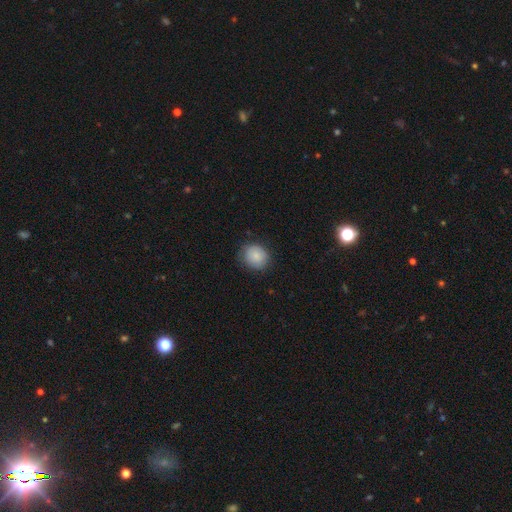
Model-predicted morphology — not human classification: Q: Smooth or featured?
A: smooth (86%); runner-up: star or artifact (8%)
Q: How rounded?
A: round (74%); runner-up: in between (25%)
Q: Merging?
A: none (82%); runner-up: minor disturbance (14%)